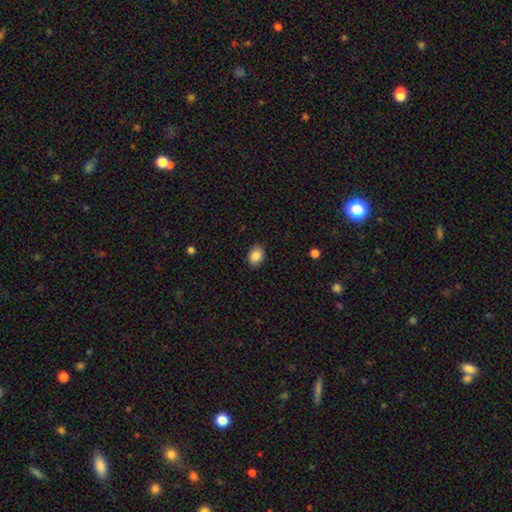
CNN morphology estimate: A smooth galaxy with no disk features (88%) that is in between round and cigar-shaped (66%).

Vote fractions:
- Smooth or featured? smooth: 88% / star or artifact: 8% / featured or disk: 4%
- How rounded? in between: 66% / round: 33% / cigar-shaped: 1%
- Merging? none: 88% / minor disturbance: 9% / major disturbance: 2% / merger: 1%